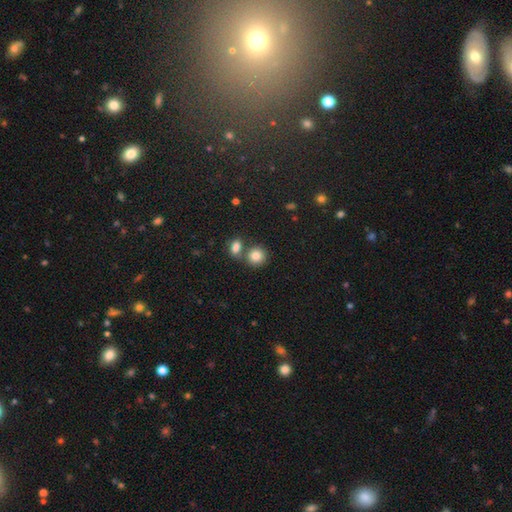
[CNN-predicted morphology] Smooth or featured? smooth (84%)
How rounded? round (82%)
Merging? none (60%)